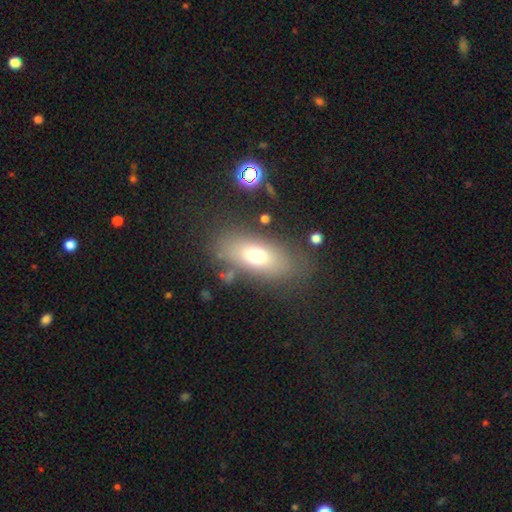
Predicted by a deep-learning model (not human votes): This appears to be a smooth galaxy with no disk features (68%) that is in between round and cigar-shaped (81%). Merging: none (76%).